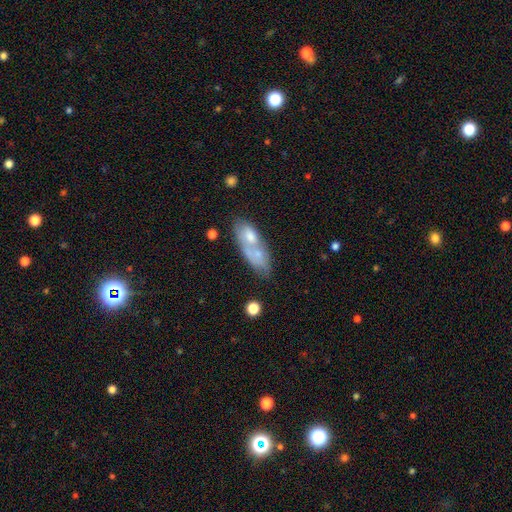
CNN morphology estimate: Smooth or featured?
  - smooth: 62% *
  - featured or disk: 31%
  - star or artifact: 7%
How rounded?
  - in between: 78% *
  - cigar-shaped: 17%
  - round: 5%
Merging?
  - merger: 51% *
  - none: 26%
  - minor disturbance: 14%
  - major disturbance: 9%